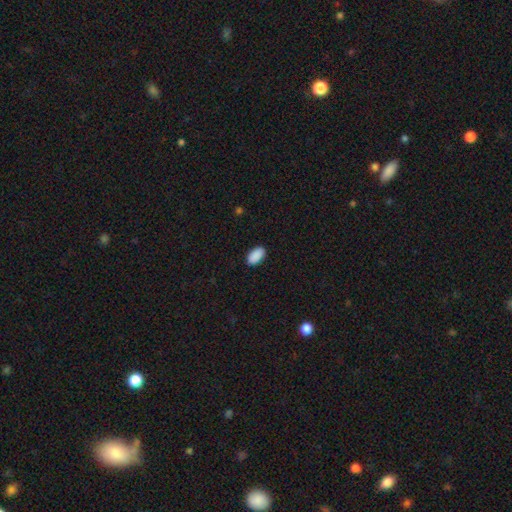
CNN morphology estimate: Q: Smooth or featured?
A: smooth (91%); runner-up: star or artifact (7%)
Q: How rounded?
A: in between (95%); runner-up: round (3%)
Q: Merging?
A: none (89%); runner-up: minor disturbance (8%)